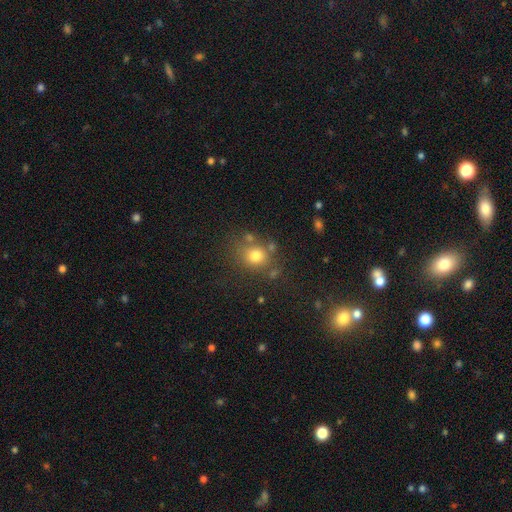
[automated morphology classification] smooth 75%, star or artifact 15%, featured or disk 10%. Down the decision tree: how rounded — round (76%); merging — none (70%).